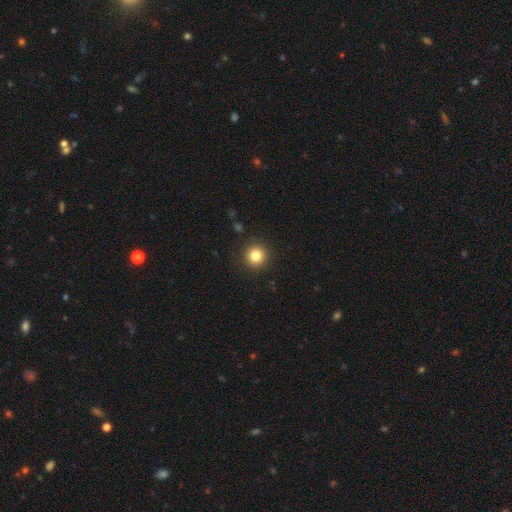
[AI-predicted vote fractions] Overall: smooth (83%). How rounded: round (95%). Merging: none (91%).